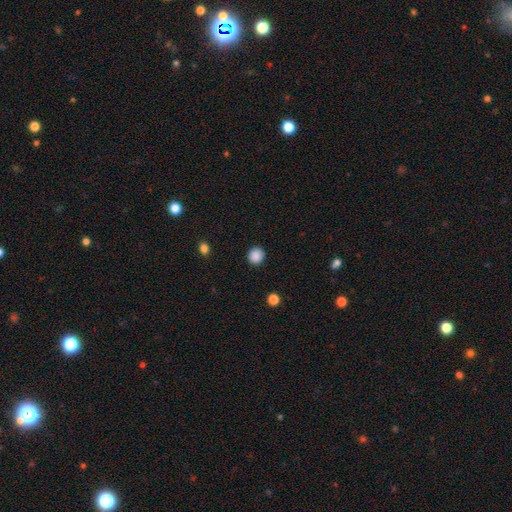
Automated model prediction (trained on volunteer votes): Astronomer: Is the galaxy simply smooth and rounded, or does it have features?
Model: smooth — 88%.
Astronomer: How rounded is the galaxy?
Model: round — 88%.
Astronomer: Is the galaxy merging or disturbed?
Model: none — 90%.